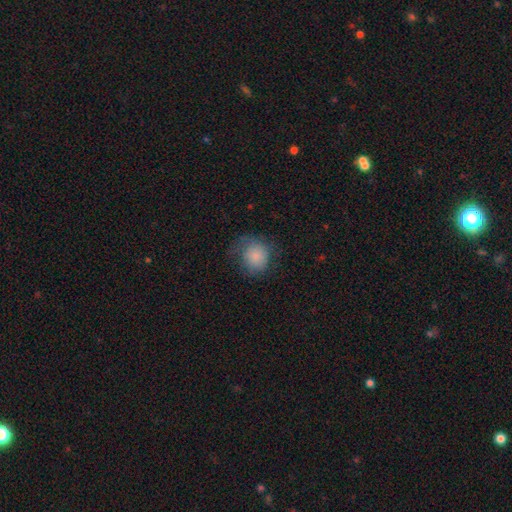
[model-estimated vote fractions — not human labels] smooth-or-featured: smooth: 80% | featured or disk: 12% | star or artifact: 8%
  how-rounded: round: 80% | in between: 19% | cigar-shaped: 1%
  merging: none: 54% | minor disturbance: 27% | major disturbance: 17% | merger: 1%